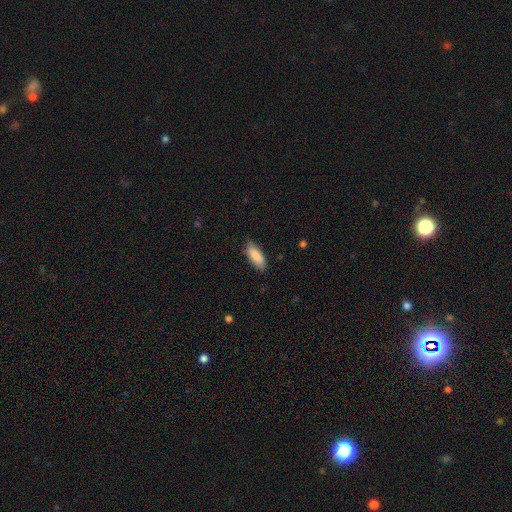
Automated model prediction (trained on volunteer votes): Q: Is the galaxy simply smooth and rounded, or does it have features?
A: smooth — 87%.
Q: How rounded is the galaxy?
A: in between — 73%.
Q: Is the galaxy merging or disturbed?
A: none — 83%.